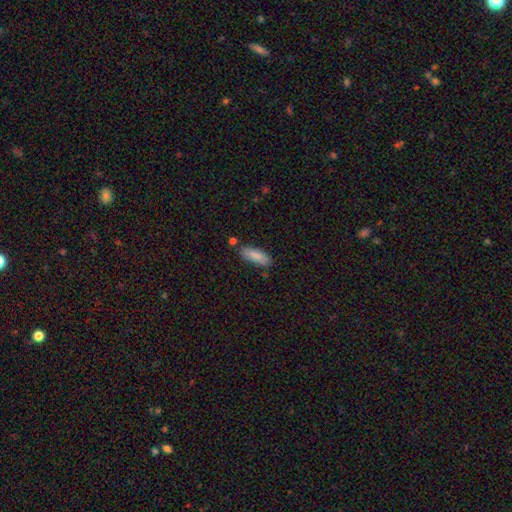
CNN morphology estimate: smooth_or_featured: smooth (p=0.85) [alt: featured or disk p=0.09]
how_rounded: in between (p=0.57) [alt: cigar-shaped p=0.41]
merging: none (p=0.77) [alt: minor disturbance p=0.15]